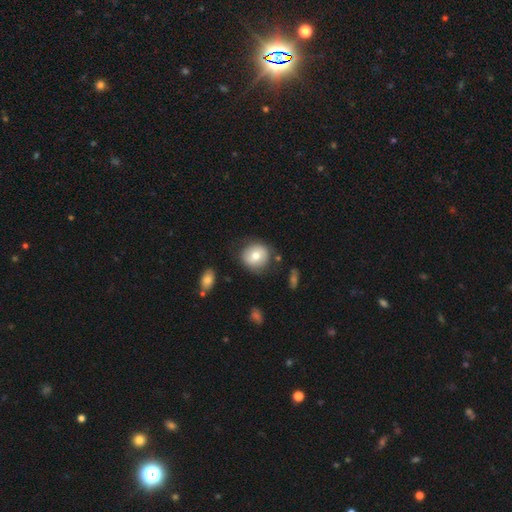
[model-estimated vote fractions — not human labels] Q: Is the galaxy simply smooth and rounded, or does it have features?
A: smooth — 72%.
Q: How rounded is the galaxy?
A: round — 87%.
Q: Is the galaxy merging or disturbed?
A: none — 78%.